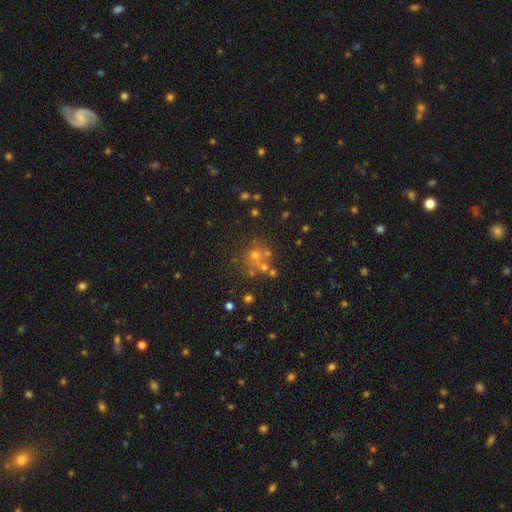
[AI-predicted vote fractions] The model was most divided on "smooth or featured": smooth: 46%, star or artifact: 36%, featured or disk: 18%. More confident: merging — none (59%).